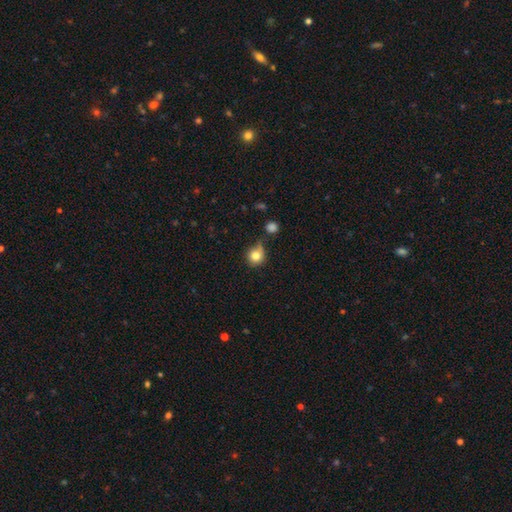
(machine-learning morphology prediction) Smooth or featured? smooth (80%)
How rounded? round (81%)
Merging? none (48%)